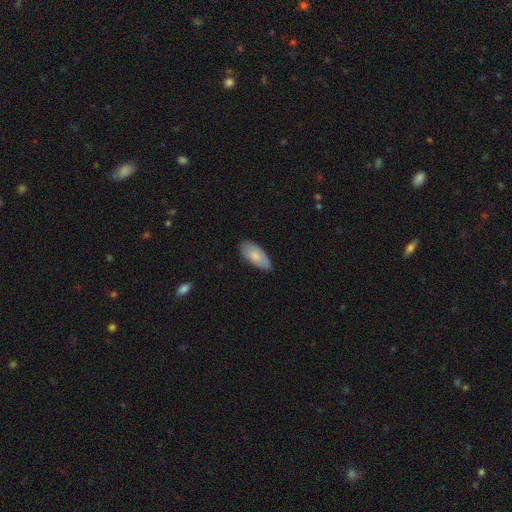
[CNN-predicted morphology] This is clearly a smooth galaxy (80%). How rounded: clearly in between (90%). Merging: likely none (74%).